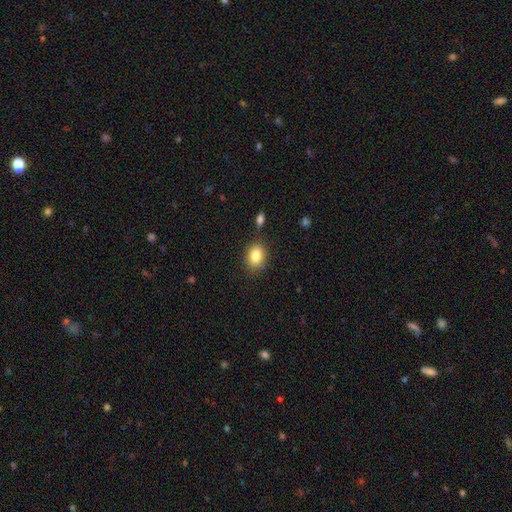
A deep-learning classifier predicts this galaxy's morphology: Smooth or featured? smooth (84%)
How rounded? in between (67%)
Merging? none (82%)